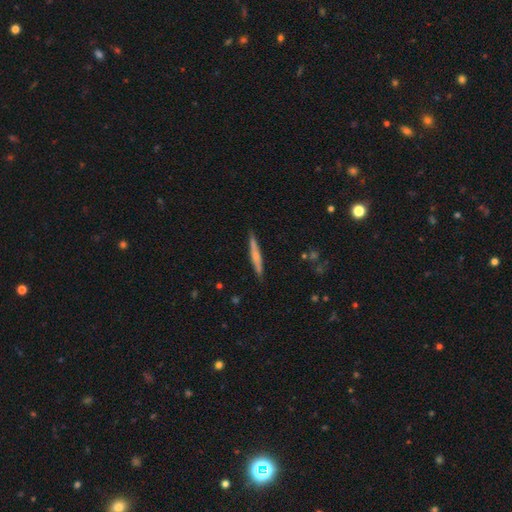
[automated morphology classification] Smooth or featured? Predicted: smooth (p=0.50). Merging? Predicted: none (p=0.88).